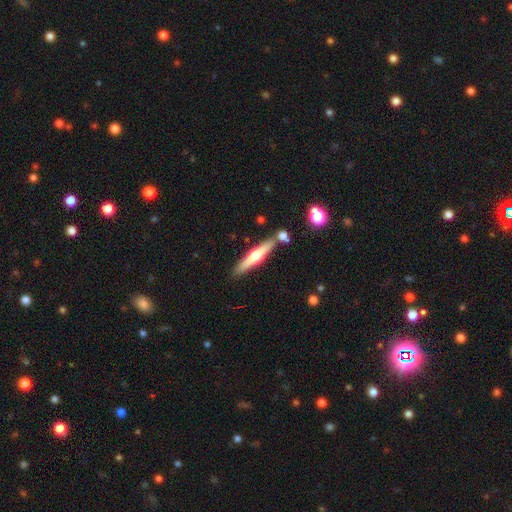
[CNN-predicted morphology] Q: Smooth or featured?
A: featured or disk (56%); runner-up: smooth (38%)
Q: Edge-on disk?
A: yes (96%); runner-up: no (4%)
Q: Edge-on bulge?
A: rounded (88%); runner-up: none (7%)
Q: Merging?
A: none (80%); runner-up: minor disturbance (10%)